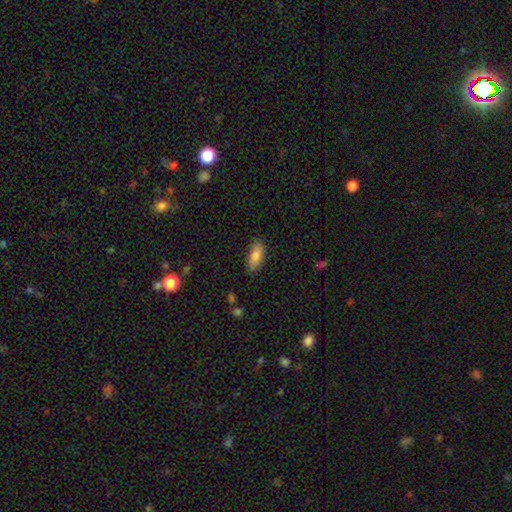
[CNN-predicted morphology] Overall: smooth (83%). How rounded: in between (80%). Merging: none (83%).